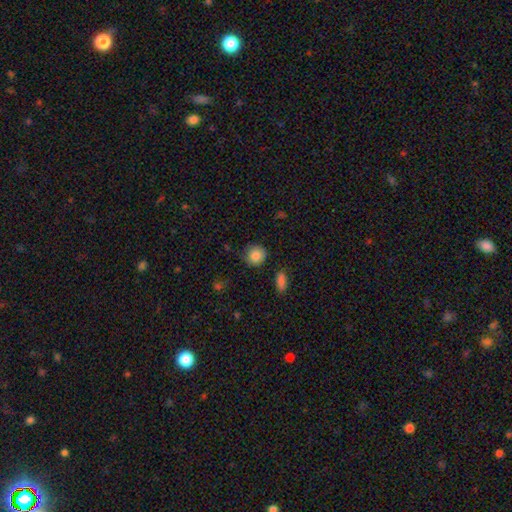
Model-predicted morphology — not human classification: smooth_or_featured: smooth (p=0.84) [alt: star or artifact p=0.09]
how_rounded: round (p=0.89) [alt: in between p=0.10]
merging: none (p=0.83) [alt: minor disturbance p=0.13]